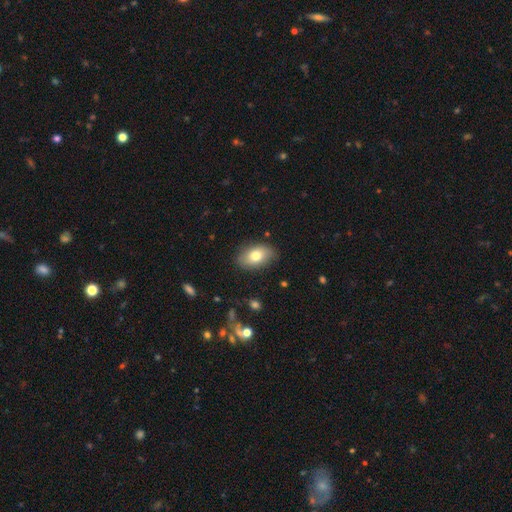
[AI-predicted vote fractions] smooth_or_featured: smooth (p=0.76) [alt: featured or disk p=0.17]
how_rounded: in between (p=0.90) [alt: round p=0.08]
merging: none (p=0.83) [alt: minor disturbance p=0.13]